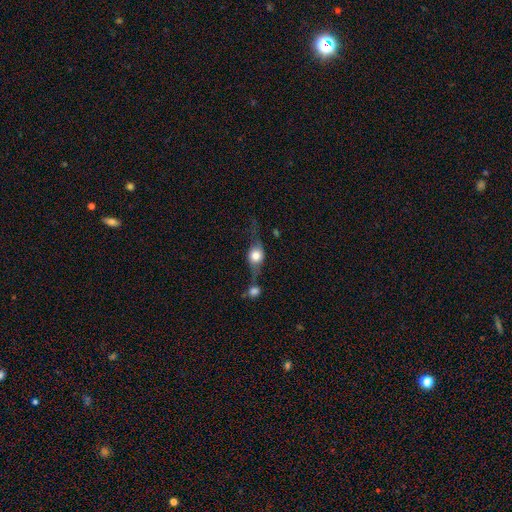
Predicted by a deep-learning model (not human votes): Smooth or featured?
  - featured or disk: 47% *
  - smooth: 44%
  - star or artifact: 8%
Merging?
  - none: 39% *
  - merger: 26%
  - minor disturbance: 18%
  - major disturbance: 16%